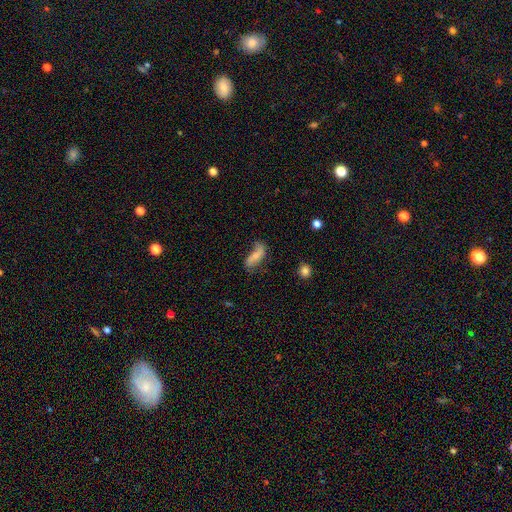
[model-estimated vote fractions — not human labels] Q: Smooth or featured?
A: smooth (58%); runner-up: featured or disk (34%)
Q: How rounded?
A: in between (71%); runner-up: cigar-shaped (26%)
Q: Merging?
A: none (46%); runner-up: minor disturbance (31%)